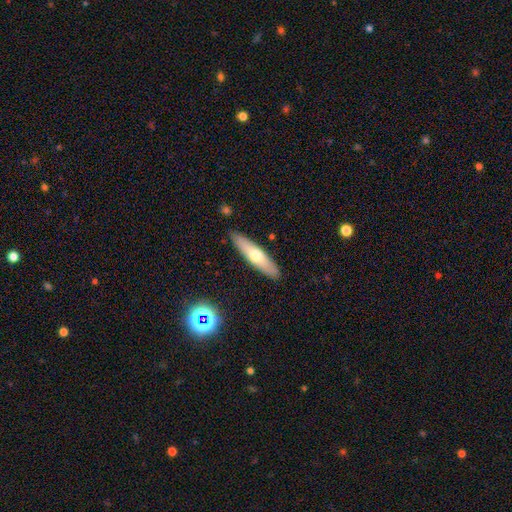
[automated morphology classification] smooth-or-featured: smooth: 54% | featured or disk: 39% | star or artifact: 6%
  how-rounded: cigar-shaped: 78% | in between: 21% | round: 2%
  merging: none: 89% | minor disturbance: 8% | major disturbance: 2% | merger: 1%